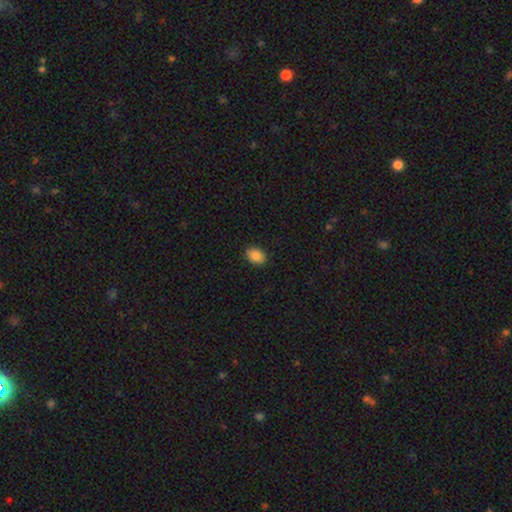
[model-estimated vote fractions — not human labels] smooth 86%, star or artifact 8%, featured or disk 6%. Down the decision tree: how rounded — in between (75%); merging — none (89%).